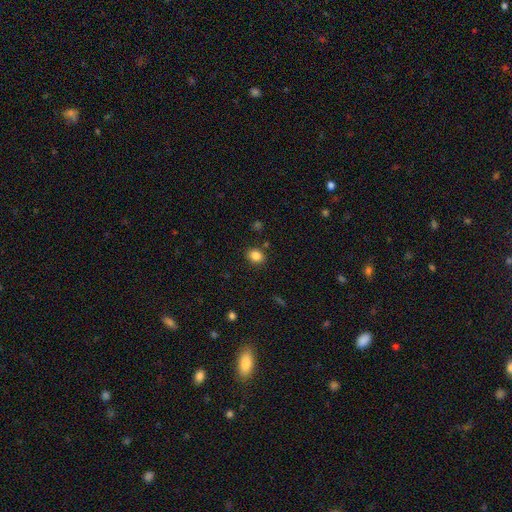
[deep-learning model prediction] This is clearly a smooth galaxy (85%). How rounded: possibly round (58%). Merging: clearly none (86%).